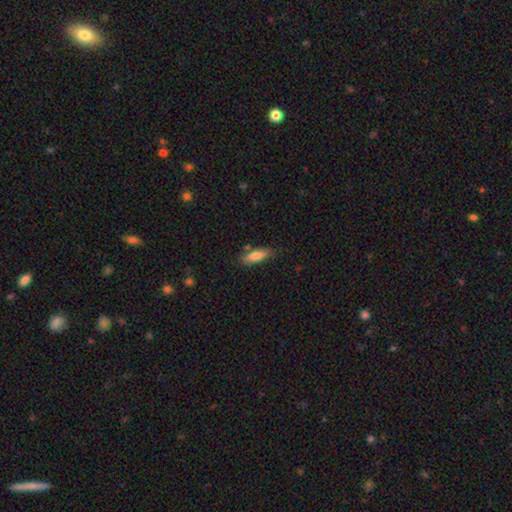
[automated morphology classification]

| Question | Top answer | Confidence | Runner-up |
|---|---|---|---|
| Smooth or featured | smooth | 79% | featured or disk (14%) |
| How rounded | in between | 57% | cigar-shaped (41%) |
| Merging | none | 75% | minor disturbance (17%) |